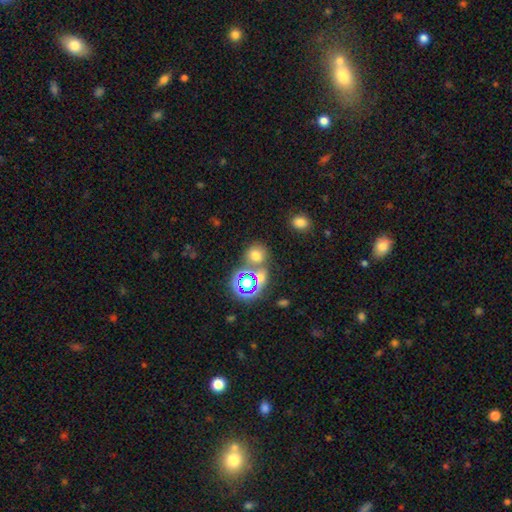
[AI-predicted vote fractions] smooth-or-featured: smooth: 64% | star or artifact: 27% | featured or disk: 9%
  how-rounded: round: 78% | in between: 21% | cigar-shaped: 1%
  merging: none: 61% | merger: 25% | minor disturbance: 10% | major disturbance: 5%